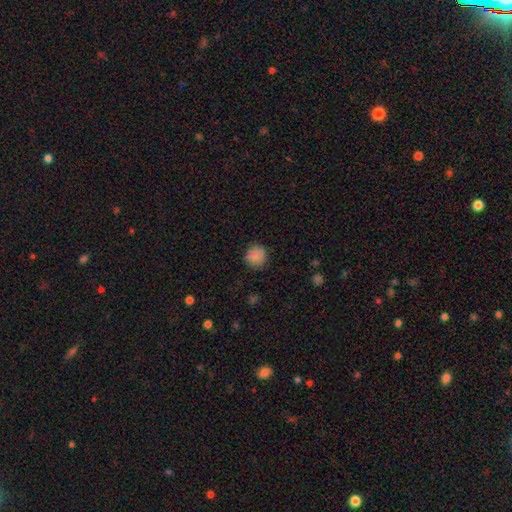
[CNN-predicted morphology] Q: Smooth or featured?
A: smooth (86%); runner-up: star or artifact (9%)
Q: How rounded?
A: round (89%); runner-up: in between (10%)
Q: Merging?
A: none (83%); runner-up: minor disturbance (13%)